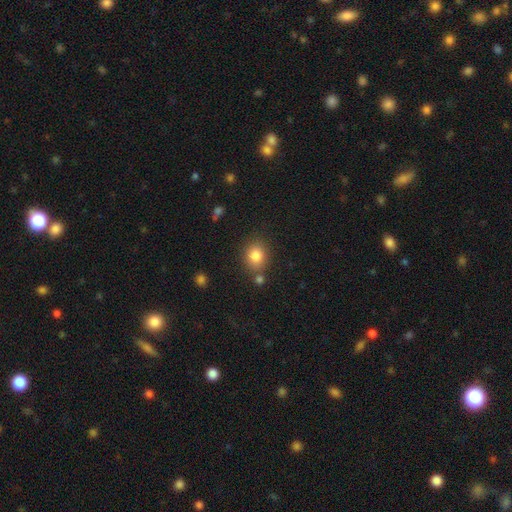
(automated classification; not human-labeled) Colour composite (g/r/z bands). It shows a smooth galaxy with no disk features (83%) that is round (66%). Merging: none (75%).